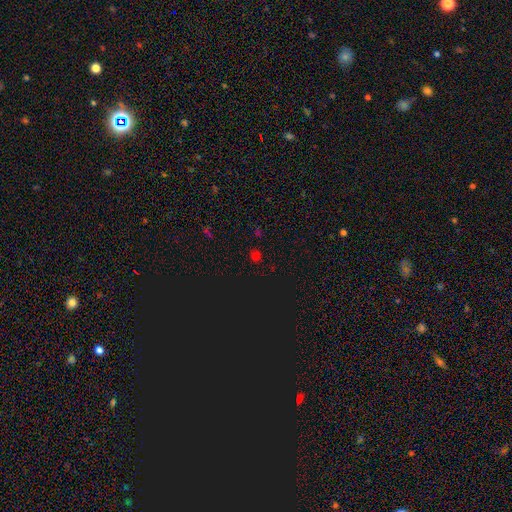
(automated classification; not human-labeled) The model was most divided on "smooth or featured": smooth: 51%, star or artifact: 44%, featured or disk: 5%. More confident: merging — none (84%); how rounded — round (79%).